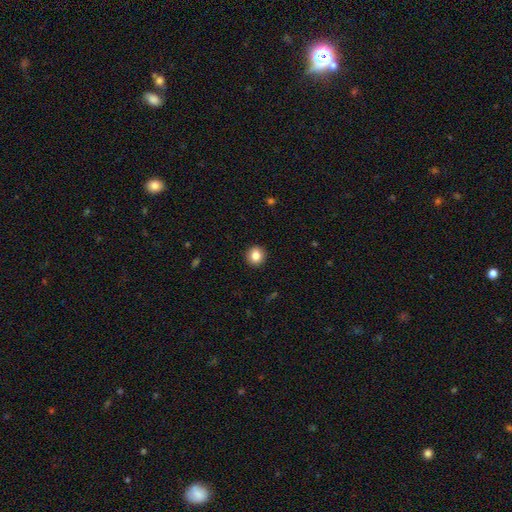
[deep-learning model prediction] smooth-or-featured: smooth: 84% | star or artifact: 9% | featured or disk: 6%
  how-rounded: round: 92% | in between: 7% | cigar-shaped: 1%
  merging: none: 93% | minor disturbance: 5% | major disturbance: 2% | merger: 1%